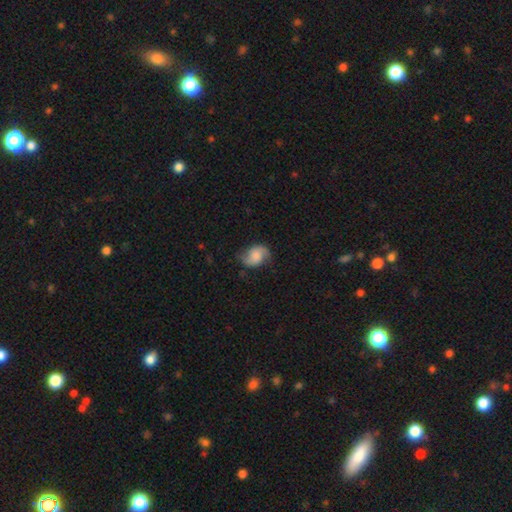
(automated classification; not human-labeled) This appears to be a featured or disk galaxy (56%) with no bar (65%), spiral arms (92%) and no central bulge (27%). Merging: none (70%).